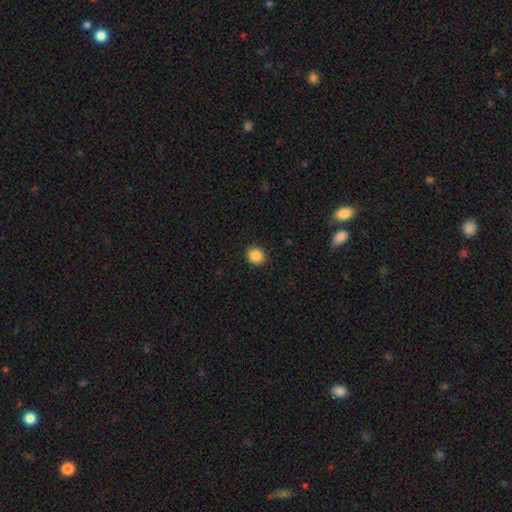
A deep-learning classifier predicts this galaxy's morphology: Smooth or featured?
  - smooth: 87% *
  - star or artifact: 10%
  - featured or disk: 3%
How rounded?
  - round: 81% *
  - in between: 18%
  - cigar-shaped: 1%
Merging?
  - none: 91% *
  - minor disturbance: 6%
  - major disturbance: 2%
  - merger: 1%